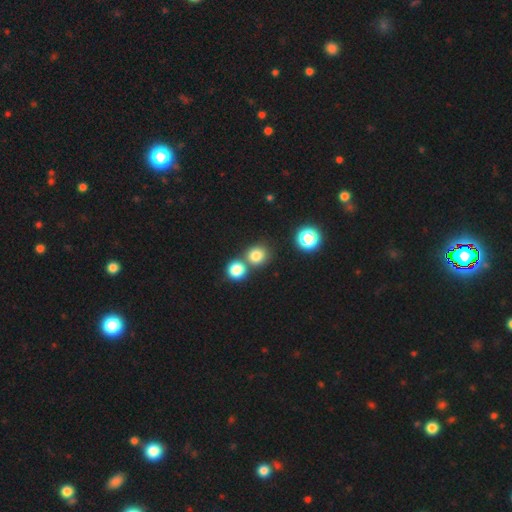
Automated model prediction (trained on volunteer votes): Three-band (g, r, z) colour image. It shows a smooth galaxy with no disk features (79%) that is round (87%). Merging: none (62%).